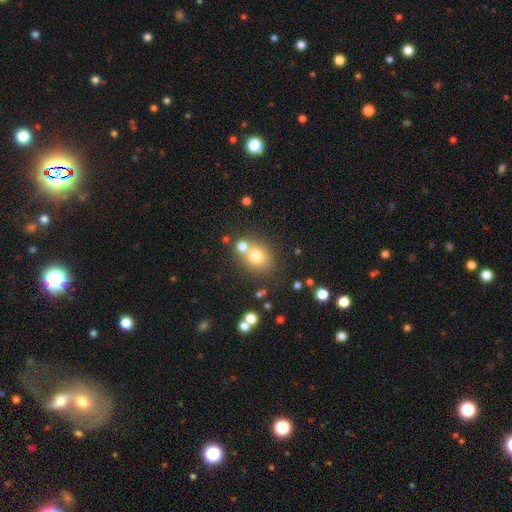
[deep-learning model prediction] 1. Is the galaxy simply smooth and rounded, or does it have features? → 74% smooth, 14% star or artifact, 12% featured or disk.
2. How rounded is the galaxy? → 72% round, 27% in between, 1% cigar-shaped.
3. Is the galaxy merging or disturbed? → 60% none, 25% merger, 11% minor disturbance, 4% major disturbance.